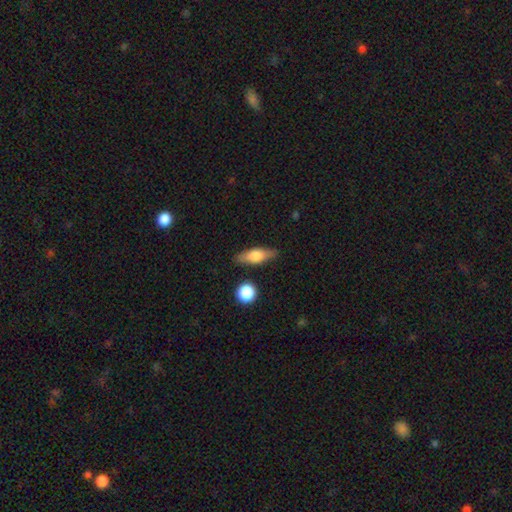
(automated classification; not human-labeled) This appears to be a smooth galaxy with no disk features (58%) that is in between round and cigar-shaped (54%). Merging: none (82%).